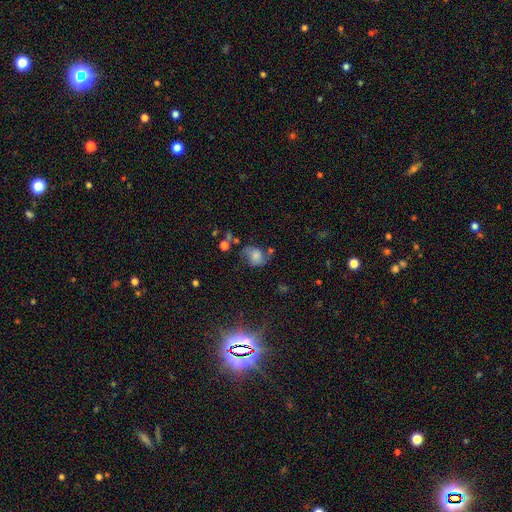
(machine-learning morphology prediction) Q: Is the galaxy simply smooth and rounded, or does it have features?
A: smooth — 47%.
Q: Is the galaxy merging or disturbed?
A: none — 47%.